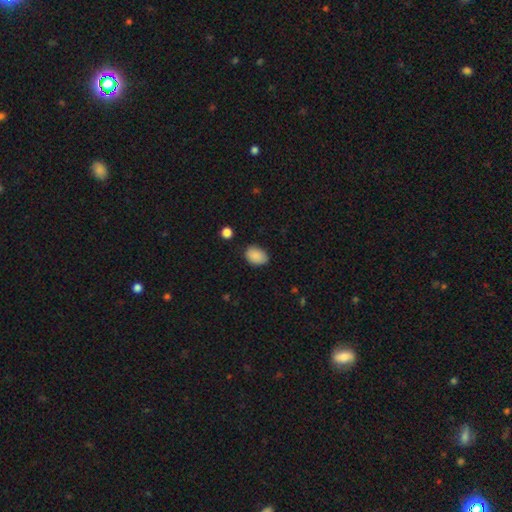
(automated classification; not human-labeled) smooth-or-featured: smooth: 88% | star or artifact: 7% | featured or disk: 5%
  how-rounded: in between: 82% | round: 17% | cigar-shaped: 1%
  merging: none: 80% | minor disturbance: 16% | major disturbance: 3% | merger: 2%